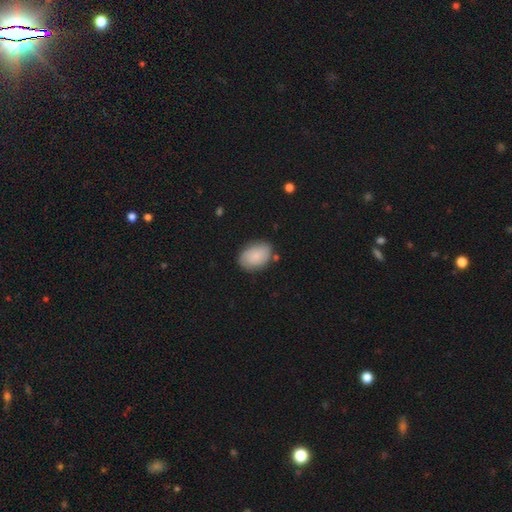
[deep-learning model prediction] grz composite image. It shows a smooth galaxy with no disk features (72%) that is in between round and cigar-shaped (84%). Merging: none (77%).